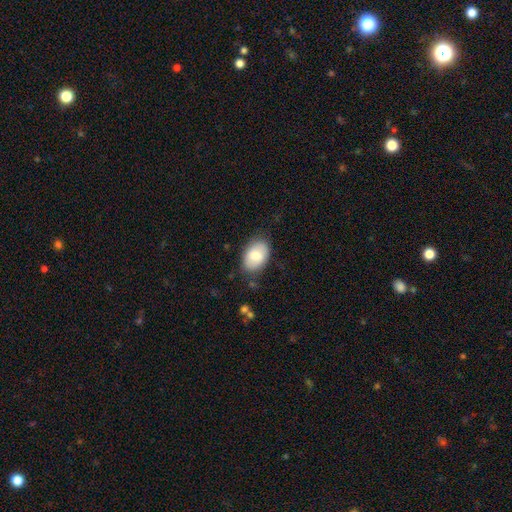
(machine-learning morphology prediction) A smooth galaxy with no disk features (81%) that is in between round and cigar-shaped (89%). Merging: none (79%).